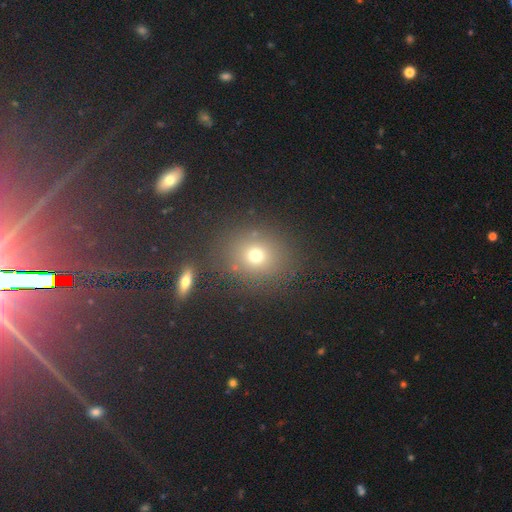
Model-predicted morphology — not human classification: Smooth or featured?
  - smooth: 68% *
  - star or artifact: 20%
  - featured or disk: 11%
How rounded?
  - round: 73% *
  - in between: 26%
  - cigar-shaped: 1%
Merging?
  - none: 76% *
  - minor disturbance: 10%
  - merger: 8%
  - major disturbance: 6%